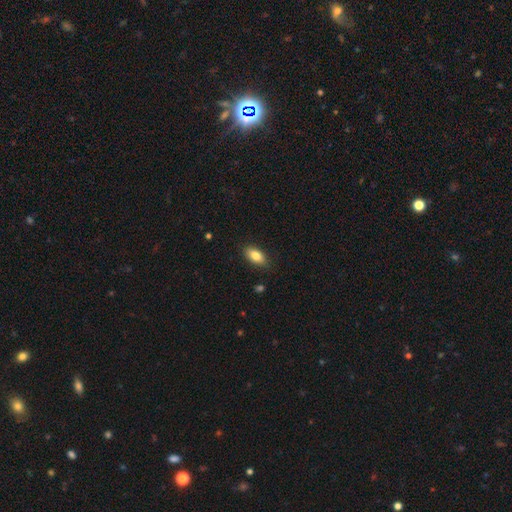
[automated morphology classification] Smooth or featured? Predicted: smooth (p=0.83). How rounded? Predicted: in between (p=0.90). Merging? Predicted: none (p=0.87).